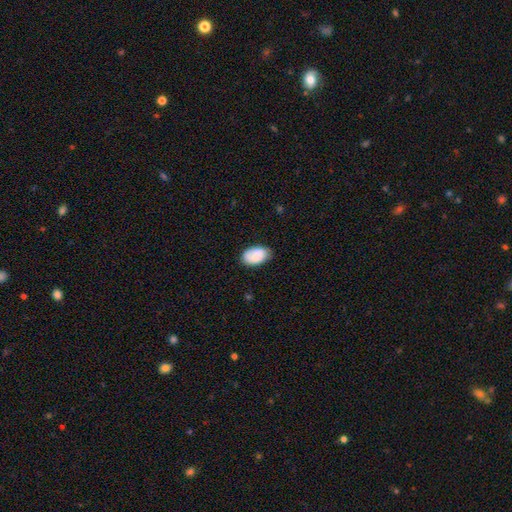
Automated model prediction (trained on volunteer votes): smooth 83%, featured or disk 10%, star or artifact 7%. Down the decision tree: how rounded — in between (92%); merging — none (76%).